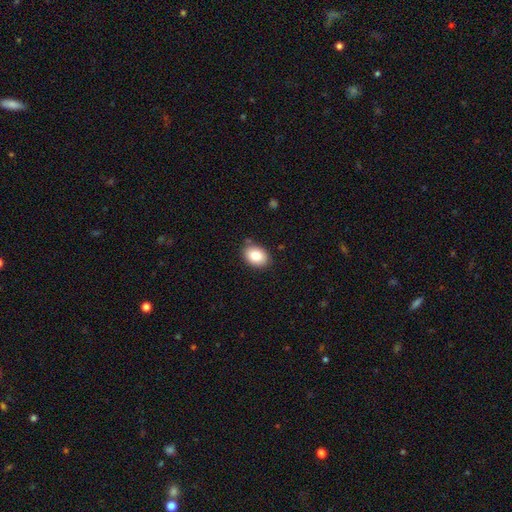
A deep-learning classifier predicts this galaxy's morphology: This appears to be a smooth galaxy with no disk features (83%) that is in between round and cigar-shaped (70%). Merging: none (82%).